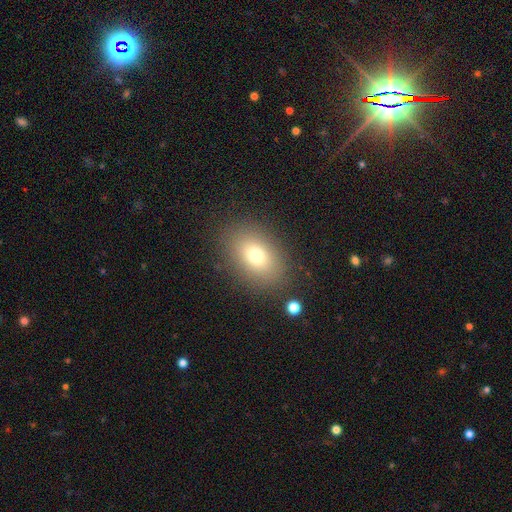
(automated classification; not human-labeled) A smooth galaxy with no disk features (74%) that is in between round and cigar-shaped (79%). Merging: none (84%).